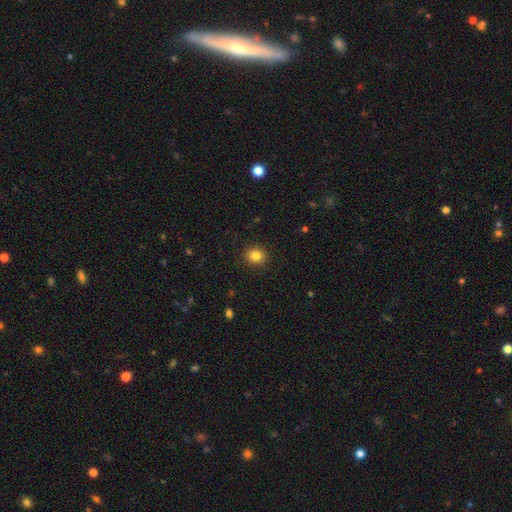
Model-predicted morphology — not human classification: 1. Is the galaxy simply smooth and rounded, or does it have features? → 84% smooth, 11% star or artifact, 6% featured or disk.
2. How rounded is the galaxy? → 76% round, 23% in between, 1% cigar-shaped.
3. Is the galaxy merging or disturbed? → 90% none, 7% minor disturbance, 2% major disturbance, 1% merger.